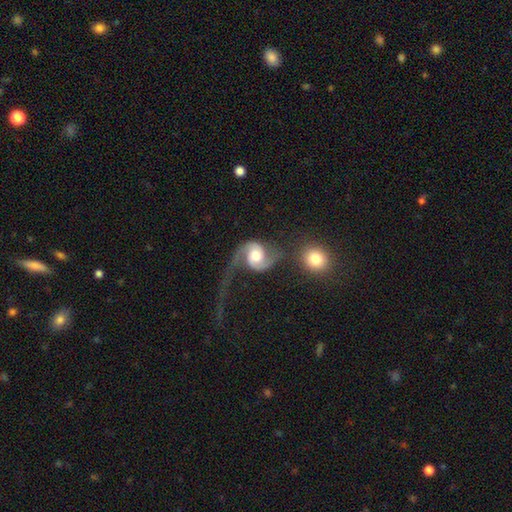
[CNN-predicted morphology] A featured or disk galaxy (85%) with no bar (56%), 2 (85%) loose (54%) spiral arms (96%) and a moderate central bulge (64%).

Vote fractions:
- Smooth or featured? featured or disk: 85% / smooth: 10% / star or artifact: 5%
- Edge-on disk? no: 98% / yes: 2%
- Bar? no: 56% / weak: 34% / strong: 10%
- Spiral arms? yes: 96% / no: 4%
- Spiral winding? loose: 54% / medium: 35% / tight: 11%
- Spiral arm count? 2: 85% / 1: 10% / can't tell: 2% / 3: 1% / 4: 1% / more than 4: 1%
- Bulge size? moderate: 64% / large: 23% / small: 9% / dominant: 3% / none: 2%
- Merging? major disturbance: 36% / none: 35% / merger: 15% / minor disturbance: 15%